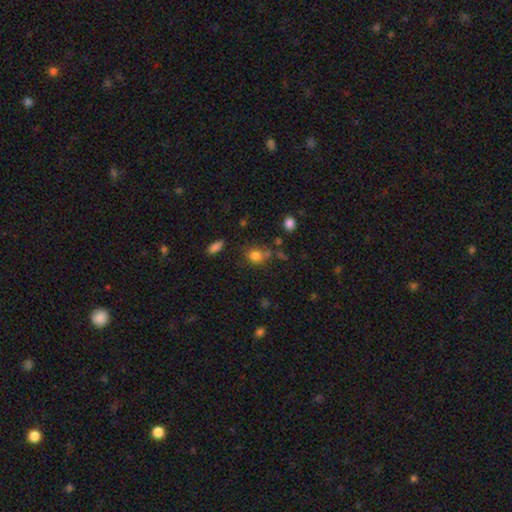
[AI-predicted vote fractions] Q: Smooth or featured?
A: smooth (80%); runner-up: star or artifact (12%)
Q: How rounded?
A: round (67%); runner-up: in between (32%)
Q: Merging?
A: none (60%); runner-up: minor disturbance (19%)